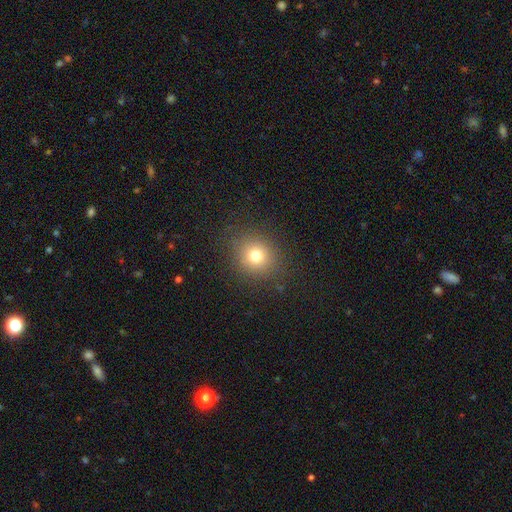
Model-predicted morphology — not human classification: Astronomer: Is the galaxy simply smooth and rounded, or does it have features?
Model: smooth — 74%.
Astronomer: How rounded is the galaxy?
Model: round — 81%.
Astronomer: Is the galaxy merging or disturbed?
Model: none — 86%.